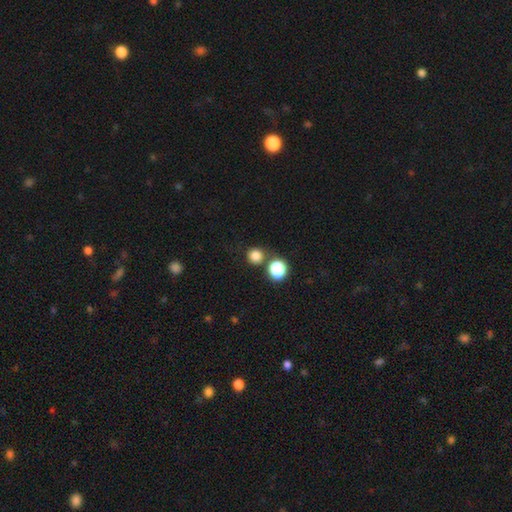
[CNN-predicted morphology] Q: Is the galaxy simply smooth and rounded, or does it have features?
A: smooth — 80%.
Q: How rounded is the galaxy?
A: round — 92%.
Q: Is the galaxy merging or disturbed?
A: none — 76%.